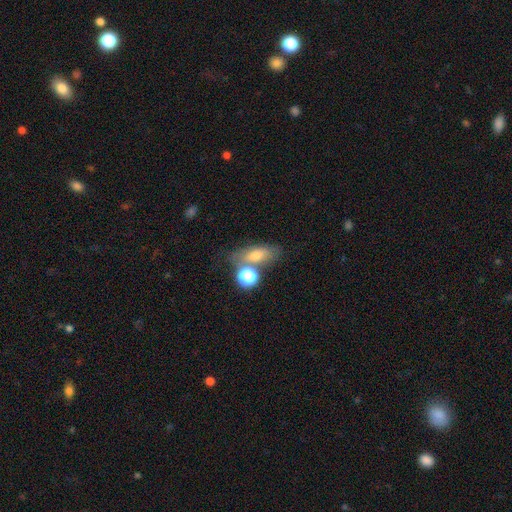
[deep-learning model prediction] A smooth galaxy with no disk features (67%) that is in between round and cigar-shaped (69%).

Vote fractions:
- Smooth or featured? smooth: 67% / featured or disk: 18% / star or artifact: 15%
- How rounded? in between: 69% / round: 16% / cigar-shaped: 15%
- Merging? none: 55% / merger: 22% / minor disturbance: 15% / major disturbance: 8%